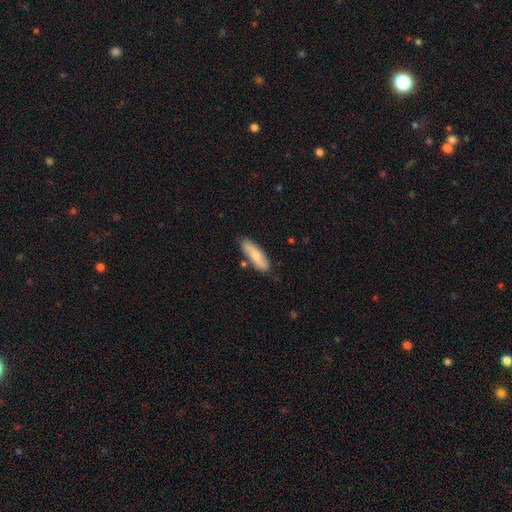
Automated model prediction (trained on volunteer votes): smooth_or_featured: smooth (p=0.73) [alt: featured or disk p=0.22]
how_rounded: in between (p=0.51) [alt: cigar-shaped p=0.47]
merging: none (p=0.75) [alt: minor disturbance p=0.17]